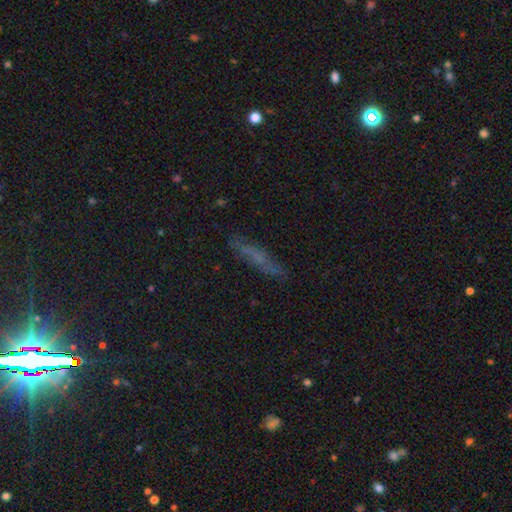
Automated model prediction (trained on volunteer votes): smooth-or-featured: smooth: 46% | featured or disk: 36% | star or artifact: 18%
  merging: none: 79% | minor disturbance: 15% | major disturbance: 4% | merger: 2%